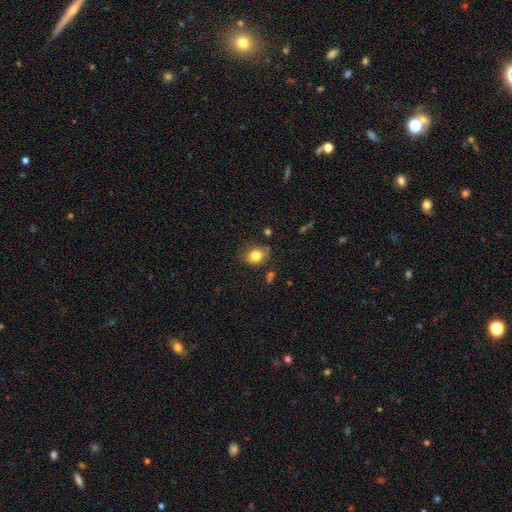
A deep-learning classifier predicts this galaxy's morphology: The model was most divided on "how rounded": in between: 60%, round: 39%, cigar-shaped: 1%. More confident: smooth or featured — smooth (81%); merging — none (71%).